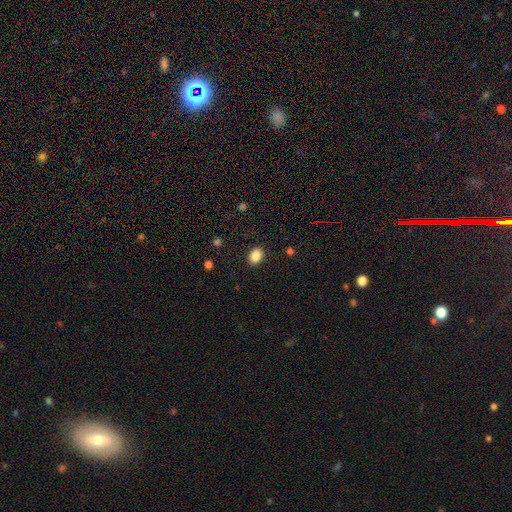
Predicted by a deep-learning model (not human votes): Overall: smooth (86%). How rounded: in between (65%; round 34%). Merging: none (89%).